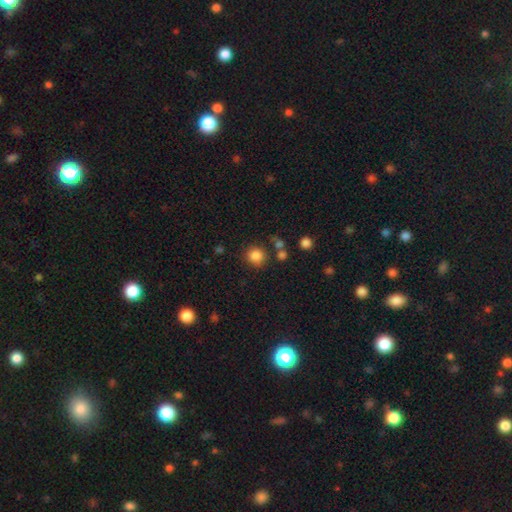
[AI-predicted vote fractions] Smooth or featured? smooth (85%)
How rounded? round (89%)
Merging? none (80%)